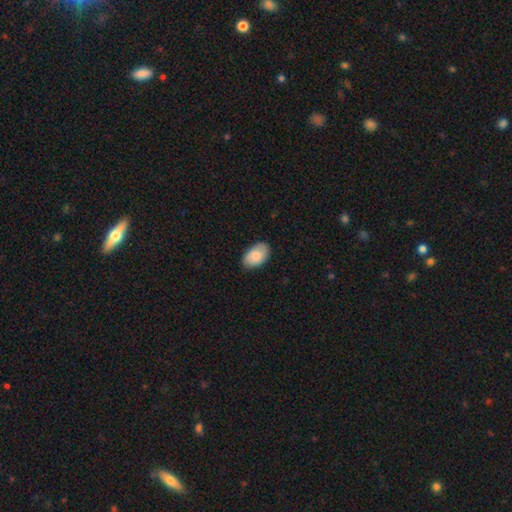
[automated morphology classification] smooth-or-featured: smooth: 83% | featured or disk: 11% | star or artifact: 6%
  how-rounded: in between: 93% | round: 5% | cigar-shaped: 1%
  merging: none: 81% | minor disturbance: 15% | major disturbance: 2% | merger: 1%